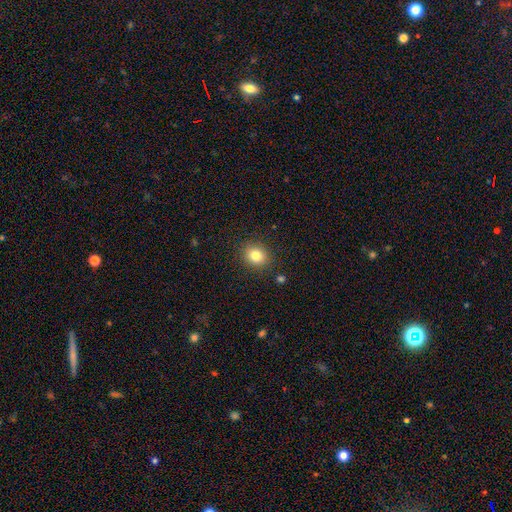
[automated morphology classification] Overall: smooth (82%). How rounded: round (72%). Merging: none (89%).